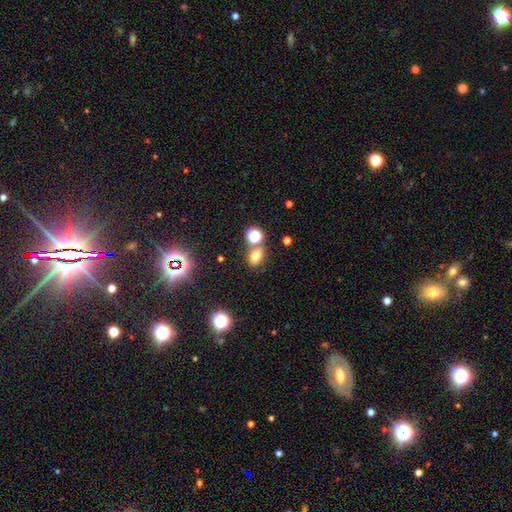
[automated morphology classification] Smooth or featured?
  - smooth: 71% *
  - star or artifact: 20%
  - featured or disk: 9%
How rounded?
  - in between: 64% *
  - round: 34%
  - cigar-shaped: 2%
Merging?
  - none: 65% *
  - merger: 20%
  - minor disturbance: 11%
  - major disturbance: 4%